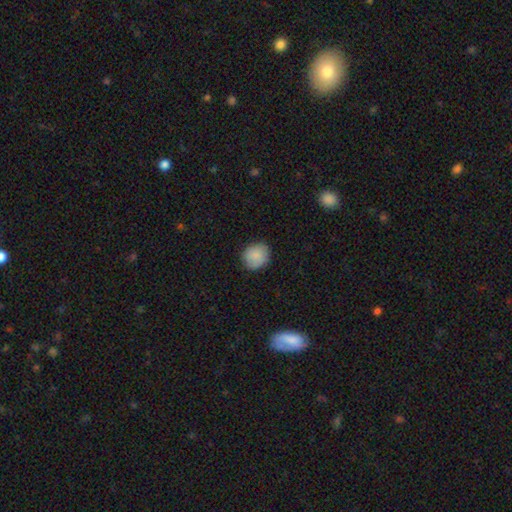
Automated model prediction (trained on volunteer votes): smooth 86%, star or artifact 7%, featured or disk 7%. Down the decision tree: how rounded — round (73%); merging — none (84%).